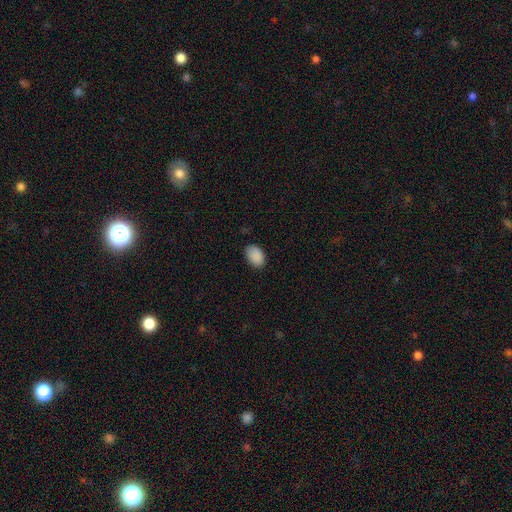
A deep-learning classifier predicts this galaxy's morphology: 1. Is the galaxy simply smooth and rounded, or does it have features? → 89% smooth, 8% star or artifact, 3% featured or disk.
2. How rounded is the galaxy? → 87% in between, 12% round, 1% cigar-shaped.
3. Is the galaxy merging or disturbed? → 84% none, 13% minor disturbance, 2% major disturbance, 1% merger.